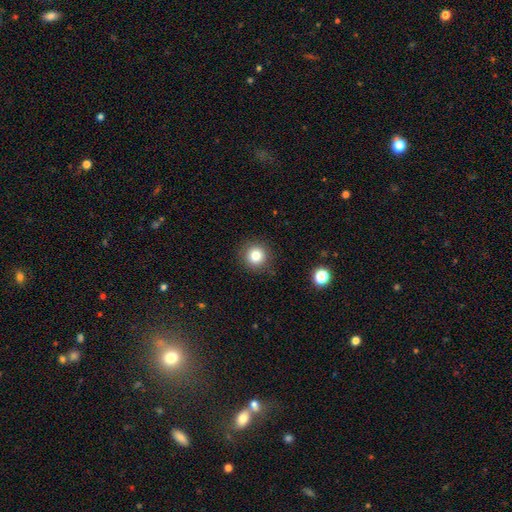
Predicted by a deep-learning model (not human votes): A smooth galaxy with no disk features (81%) that is round (93%). Merging: none (88%).